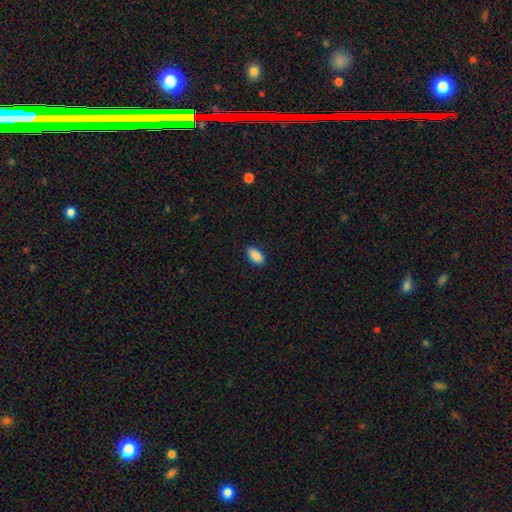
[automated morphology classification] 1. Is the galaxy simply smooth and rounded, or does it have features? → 90% smooth, 7% star or artifact, 3% featured or disk.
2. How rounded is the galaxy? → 93% in between, 4% cigar-shaped, 3% round.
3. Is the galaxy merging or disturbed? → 87% none, 10% minor disturbance, 2% major disturbance, 1% merger.